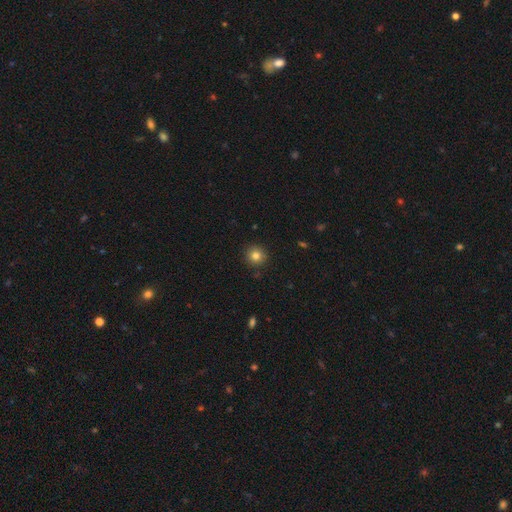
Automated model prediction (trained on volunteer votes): smooth_or_featured: smooth (p=0.83) [alt: star or artifact p=0.12]
how_rounded: round (p=0.93) [alt: in between p=0.06]
merging: none (p=0.91) [alt: minor disturbance p=0.06]